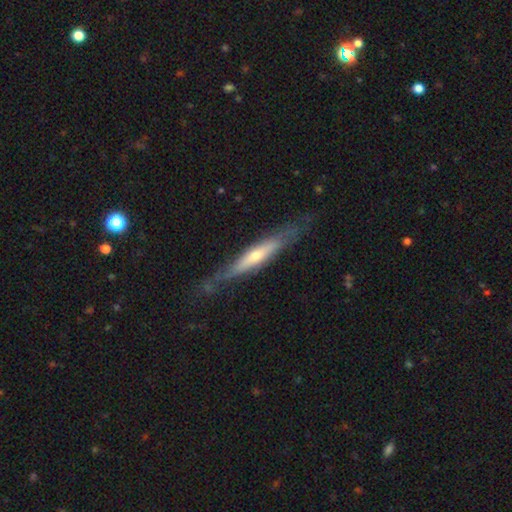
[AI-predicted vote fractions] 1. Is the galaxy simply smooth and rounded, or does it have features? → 59% featured or disk, 36% smooth, 5% star or artifact.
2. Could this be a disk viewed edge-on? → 82% yes, 18% no.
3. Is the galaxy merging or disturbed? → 72% none, 20% minor disturbance, 7% major disturbance, 2% merger.